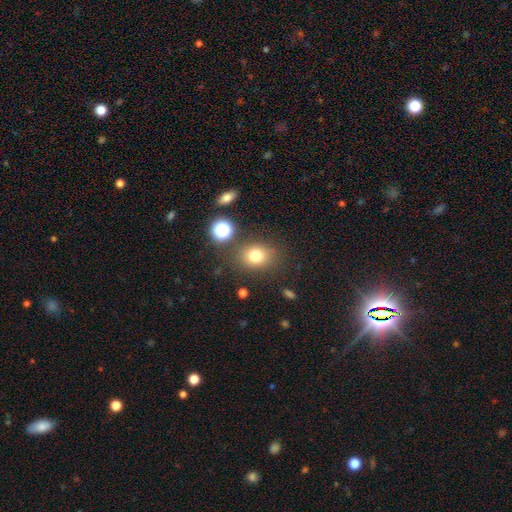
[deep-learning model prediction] Overall: smooth (77%). How rounded: round (54%; in between 45%). Merging: none (78%).